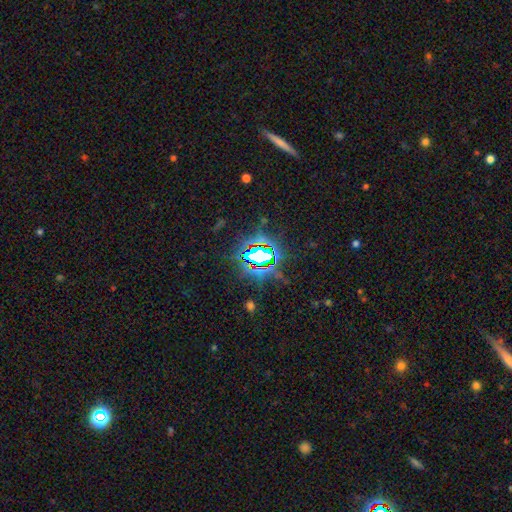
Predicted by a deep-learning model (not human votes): smooth_or_featured: star or artifact (p=0.76) [alt: smooth p=0.13]